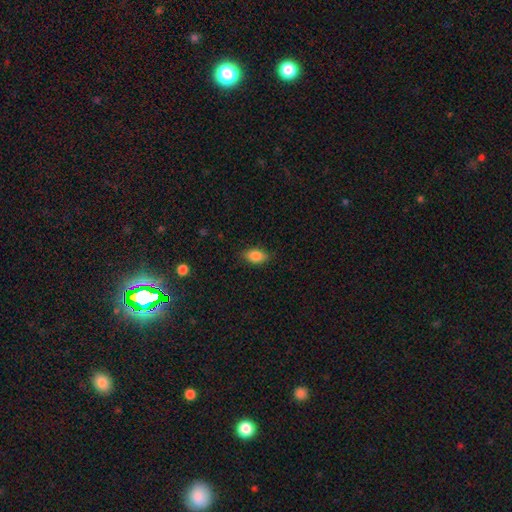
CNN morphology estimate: This is clearly a smooth galaxy (85%). How rounded: clearly in between (88%). Merging: clearly none (85%).